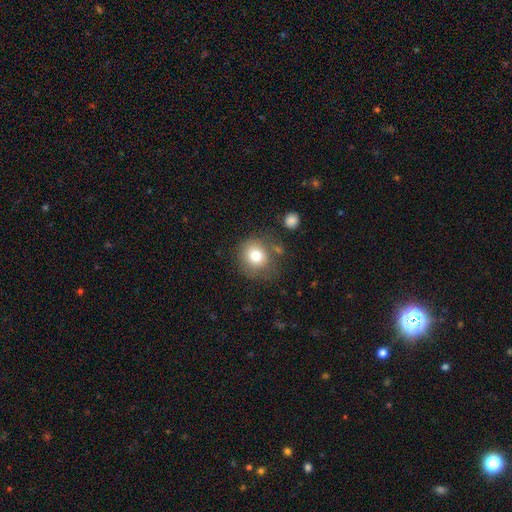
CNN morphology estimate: The model was most divided on "merging": none: 69%, minor disturbance: 17%, merger: 7%, major disturbance: 7%. More confident: how rounded — round (83%); smooth or featured — smooth (79%).